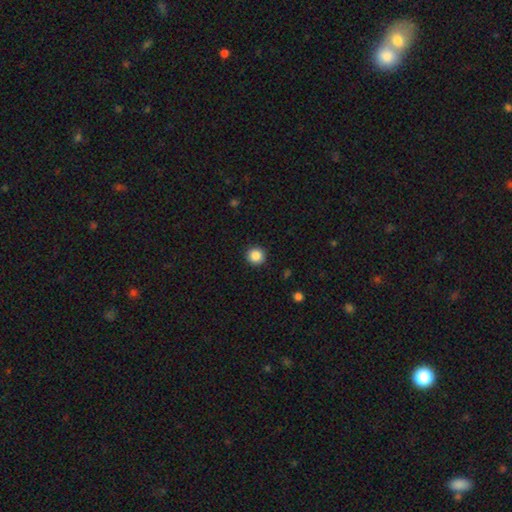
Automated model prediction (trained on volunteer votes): A smooth galaxy with no disk features (87%) that is round (94%). Merging: none (92%).